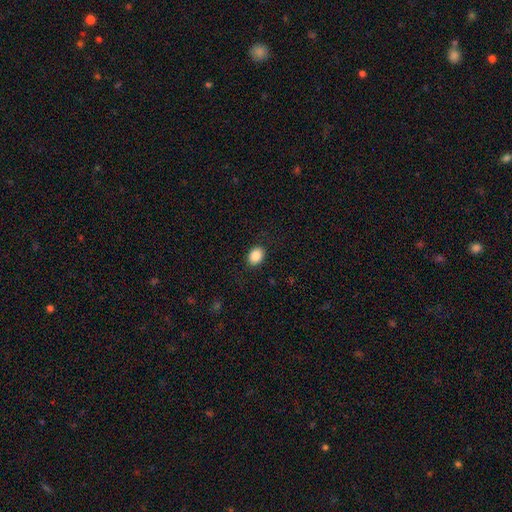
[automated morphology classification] The model was most divided on "how rounded": in between: 65%, round: 34%, cigar-shaped: 1%. More confident: merging — none (89%); smooth or featured — smooth (87%).